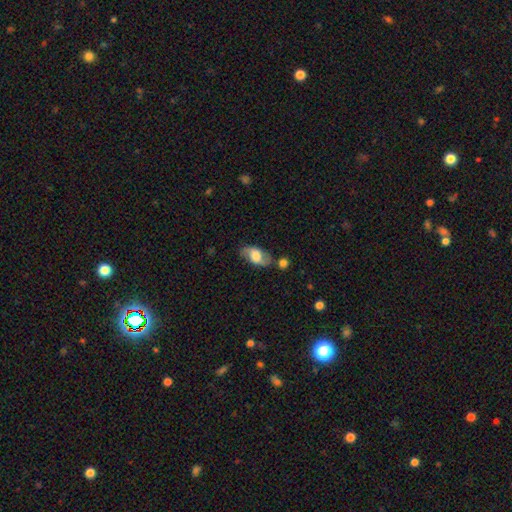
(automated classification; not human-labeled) Q: Smooth or featured?
A: smooth (47%); runner-up: featured or disk (46%)
Q: Merging?
A: none (68%); runner-up: minor disturbance (19%)